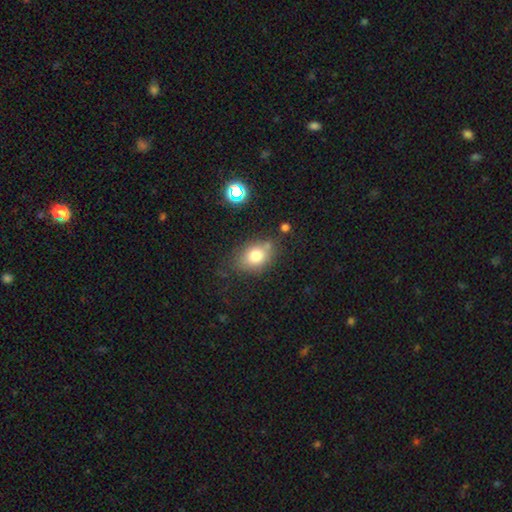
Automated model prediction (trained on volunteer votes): smooth 77%, featured or disk 12%, star or artifact 12%. Down the decision tree: how rounded — in between (69%); merging — none (67%).